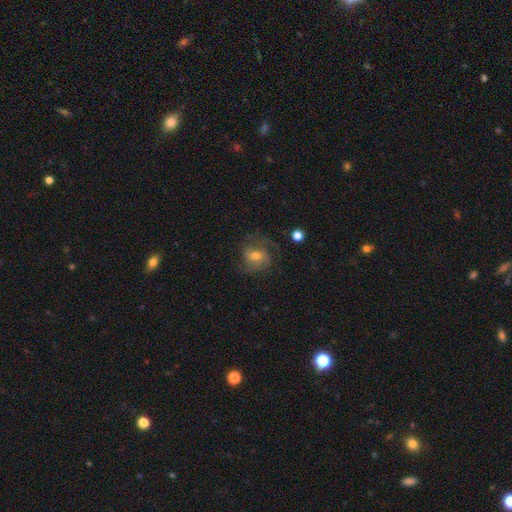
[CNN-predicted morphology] Smooth or featured? featured or disk (71%)
Edge-on disk? no (97%)
Bar? no (47%)
Spiral arms? yes (91%)
Spiral winding? medium (49%)
Spiral arm count? 2 (36%)
Bulge size? moderate (61%)
Merging? none (62%)